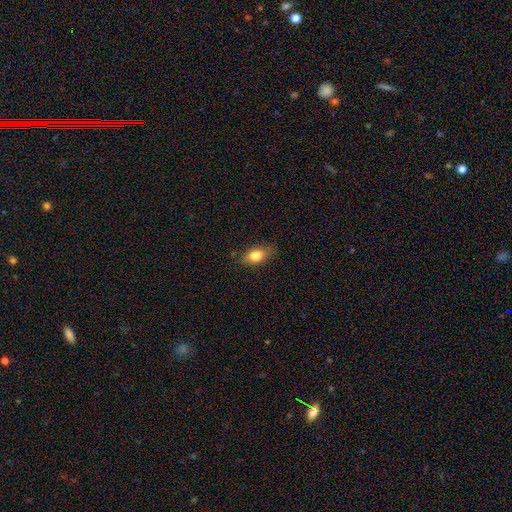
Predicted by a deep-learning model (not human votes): smooth-or-featured: smooth: 79% | featured or disk: 12% | star or artifact: 8%
  how-rounded: in between: 82% | round: 11% | cigar-shaped: 7%
  merging: none: 78% | minor disturbance: 17% | major disturbance: 4% | merger: 1%